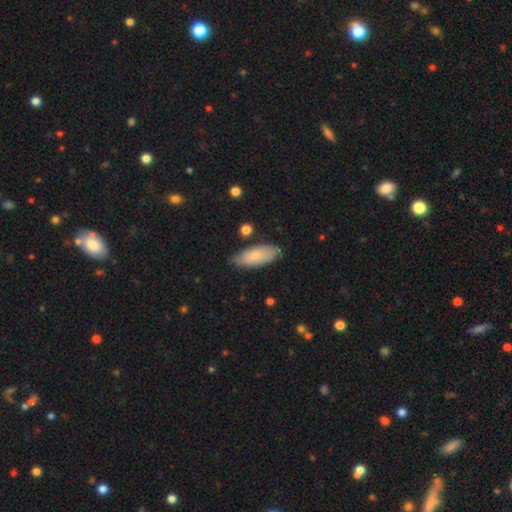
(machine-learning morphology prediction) smooth-or-featured: smooth: 73% | featured or disk: 21% | star or artifact: 6%
  how-rounded: in between: 80% | cigar-shaped: 17% | round: 2%
  merging: none: 78% | minor disturbance: 17% | major disturbance: 3% | merger: 2%